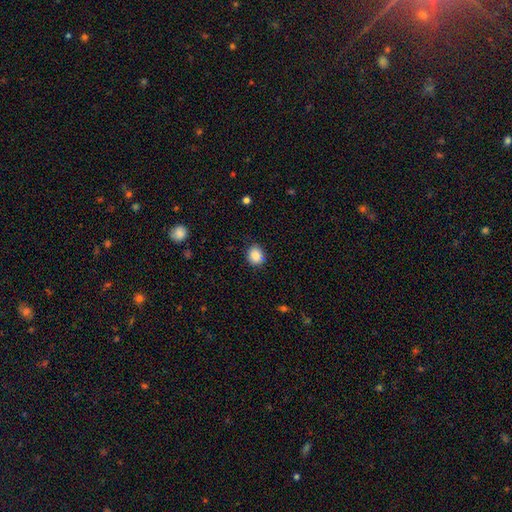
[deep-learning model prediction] Overall: smooth (87%). How rounded: round (69%; in between 30%). Merging: none (84%).